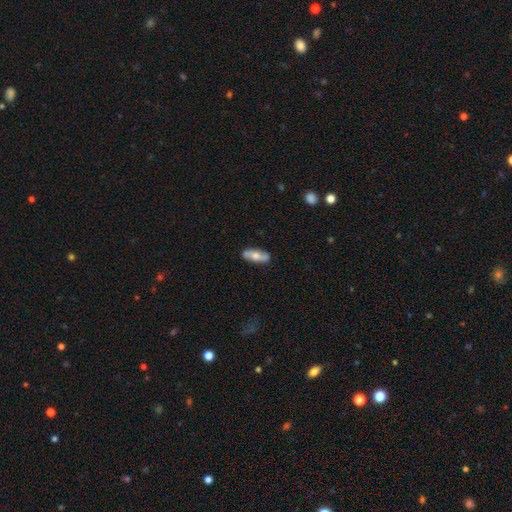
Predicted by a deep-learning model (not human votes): This appears to be a smooth galaxy with no disk features (55%) that is in between round and cigar-shaped (73%). Merging: none (83%).